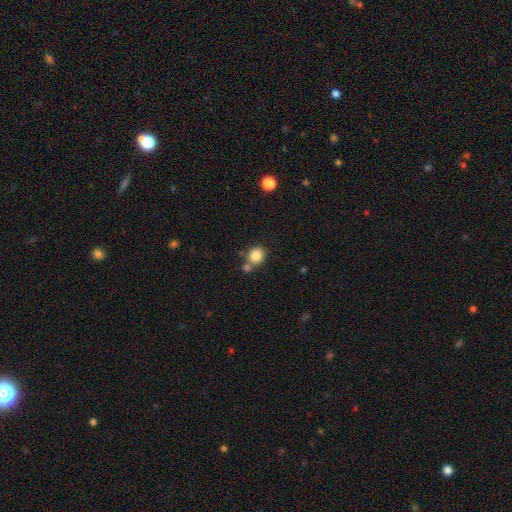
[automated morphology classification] This is clearly a smooth galaxy (84%). How rounded: likely round (78%). Merging: likely none (62%).